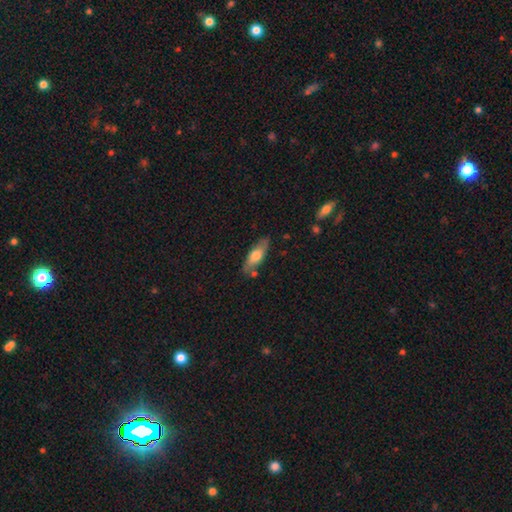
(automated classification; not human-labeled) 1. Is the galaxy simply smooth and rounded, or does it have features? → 60% smooth, 34% featured or disk, 6% star or artifact.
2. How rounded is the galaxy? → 61% in between, 36% cigar-shaped, 3% round.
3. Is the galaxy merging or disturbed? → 78% none, 14% minor disturbance, 5% merger, 3% major disturbance.